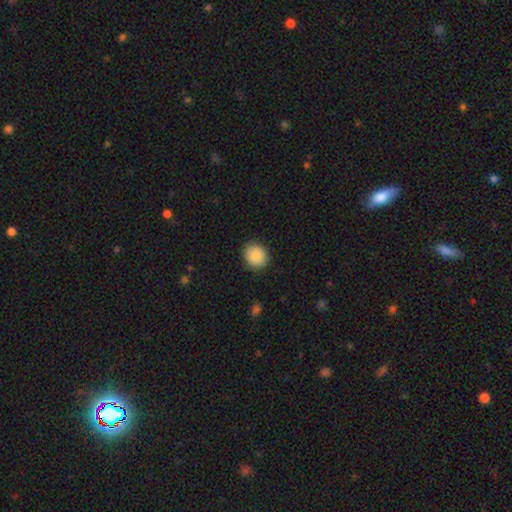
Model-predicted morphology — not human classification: A smooth galaxy with no disk features (87%) that is round (73%). Merging: none (89%).